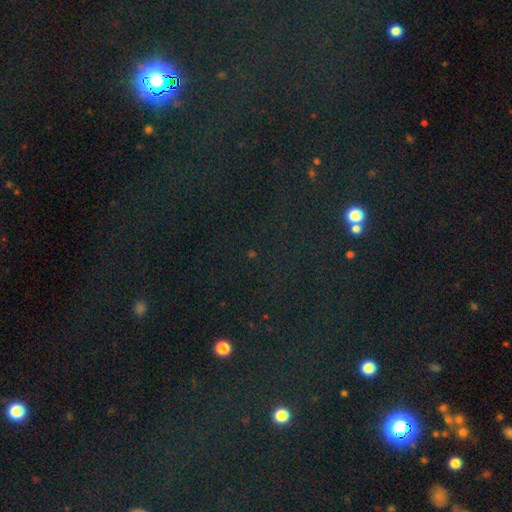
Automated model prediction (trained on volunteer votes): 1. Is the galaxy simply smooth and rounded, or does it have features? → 75% star or artifact, 16% smooth, 9% featured or disk.